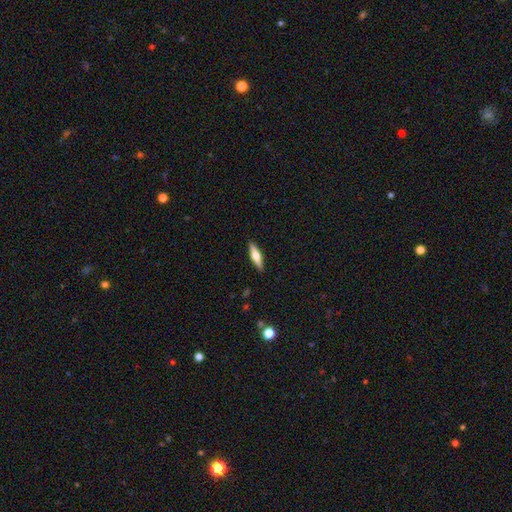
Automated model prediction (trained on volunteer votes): Q: Smooth or featured?
A: smooth (48%); runner-up: featured or disk (47%)
Q: Merging?
A: none (90%); runner-up: minor disturbance (7%)